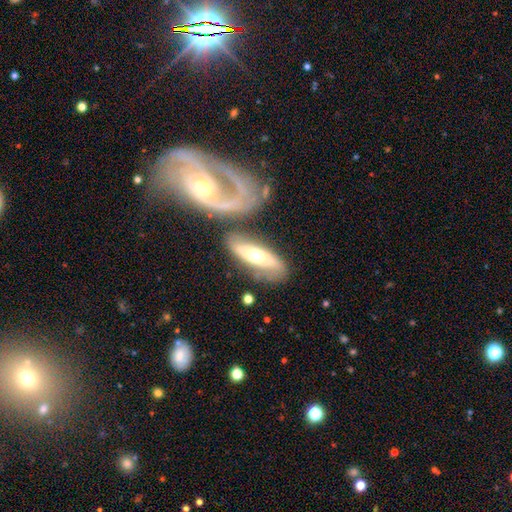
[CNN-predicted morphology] A featured or disk galaxy (57%).

Vote fractions:
- Smooth or featured? featured or disk: 57% / smooth: 38% / star or artifact: 5%
- Edge-on disk? no: 67% / yes: 33%
- Merging? none: 60% / minor disturbance: 17% / merger: 16% / major disturbance: 8%